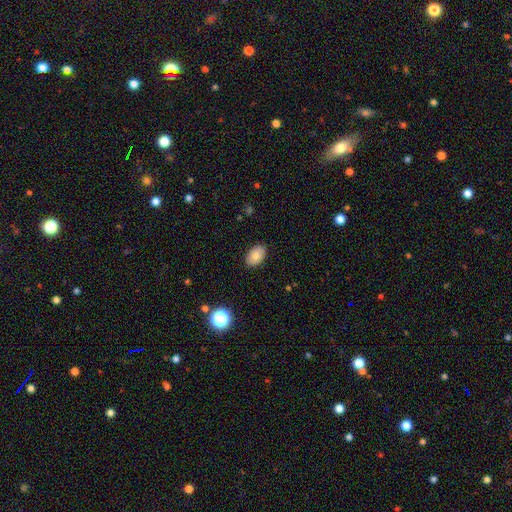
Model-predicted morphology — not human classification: Smooth or featured?
  - smooth: 76% *
  - featured or disk: 16%
  - star or artifact: 9%
How rounded?
  - in between: 89% *
  - round: 10%
  - cigar-shaped: 1%
Merging?
  - none: 87% *
  - minor disturbance: 10%
  - major disturbance: 2%
  - merger: 1%